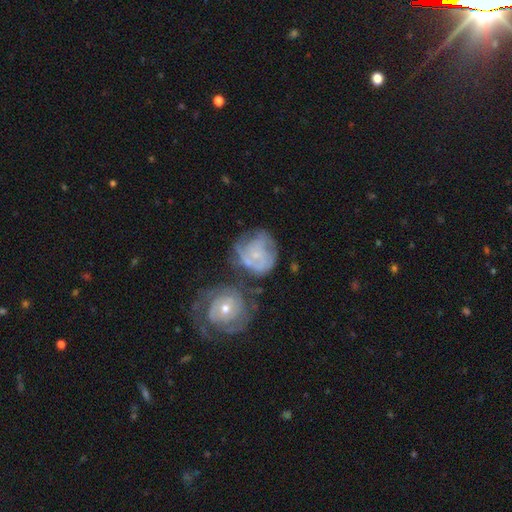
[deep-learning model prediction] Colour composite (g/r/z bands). It shows a featured or disk galaxy (69%) with no bar (77%), tight (57%) spiral arms (81%) and a small central bulge (69%). Merging: none (39%).